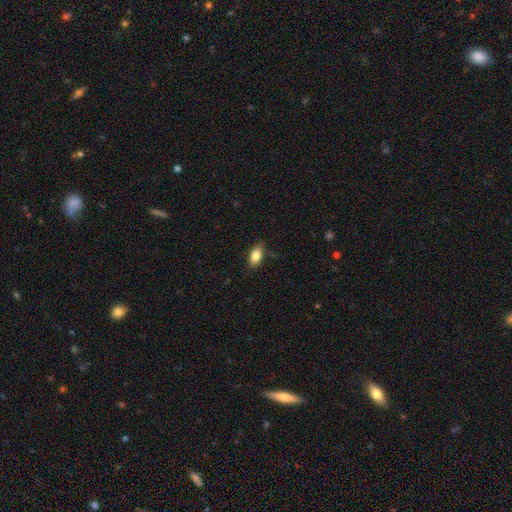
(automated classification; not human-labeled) Q: Smooth or featured?
A: smooth (83%); runner-up: featured or disk (9%)
Q: How rounded?
A: in between (88%); runner-up: cigar-shaped (6%)
Q: Merging?
A: none (81%); runner-up: minor disturbance (15%)